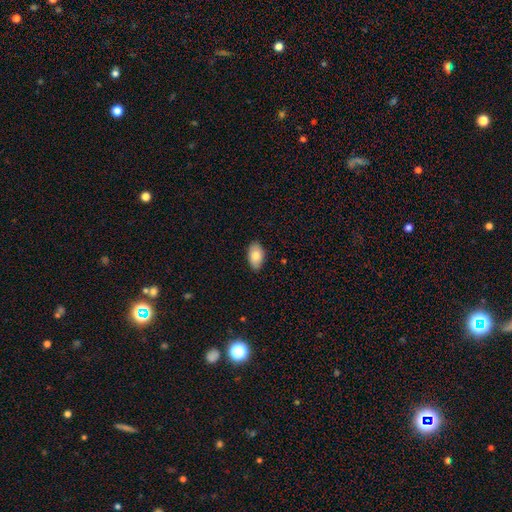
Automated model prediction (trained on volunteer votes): The model was most divided on "smooth or featured": smooth: 81%, featured or disk: 12%, star or artifact: 7%. More confident: how rounded — in between (94%); merging — none (85%).